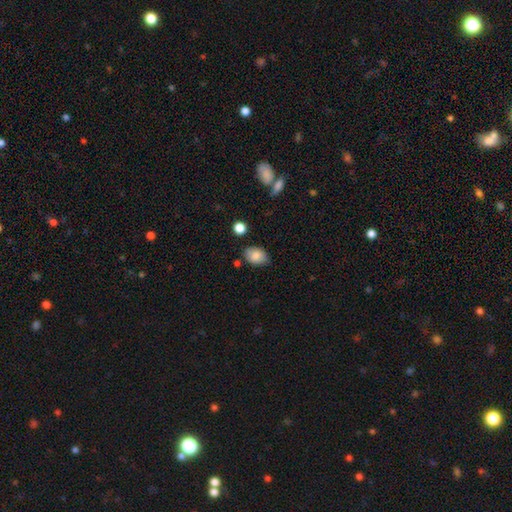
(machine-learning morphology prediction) Overall: smooth (82%). How rounded: in between (82%). Merging: none (77%).